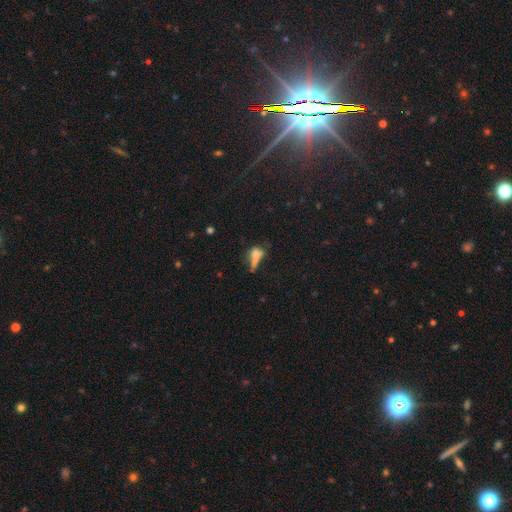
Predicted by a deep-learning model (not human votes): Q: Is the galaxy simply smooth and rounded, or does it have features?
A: smooth — 57%.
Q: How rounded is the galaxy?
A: in between — 58%.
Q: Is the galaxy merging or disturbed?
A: major disturbance — 31%.